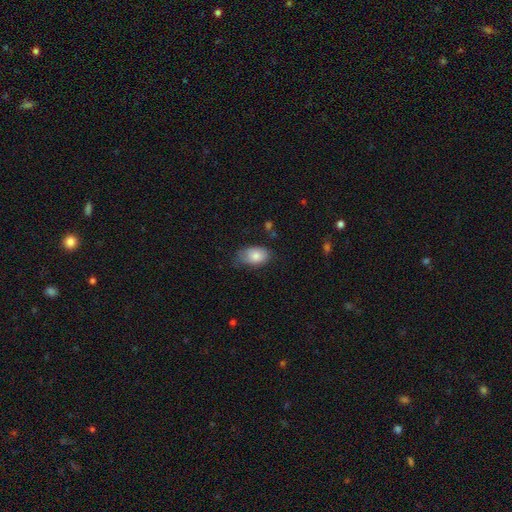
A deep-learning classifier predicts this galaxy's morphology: Smooth or featured: smooth — 82% (featured or disk — 11%)
How rounded: in between — 89% (round — 10%)
Merging: none — 56% (minor disturbance — 33%)